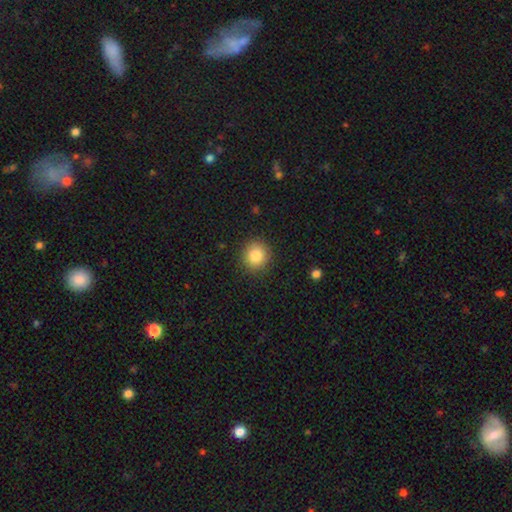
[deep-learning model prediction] A smooth galaxy with no disk features (84%) that is round (89%). Merging: none (89%).